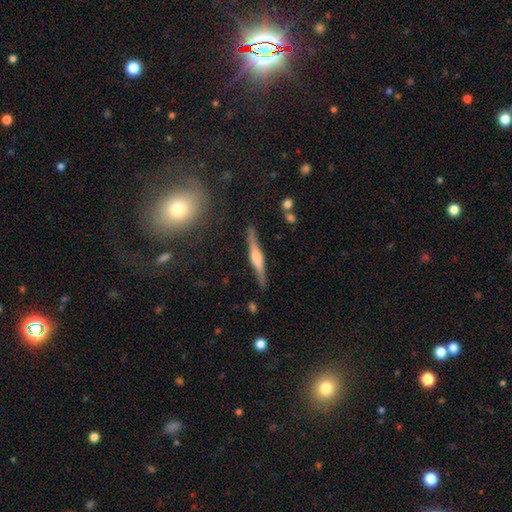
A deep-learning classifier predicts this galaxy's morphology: This appears to be a featured or disk galaxy (71%) viewed edge-on (96%) with a rounded central bulge (58%). Merging: none (85%).